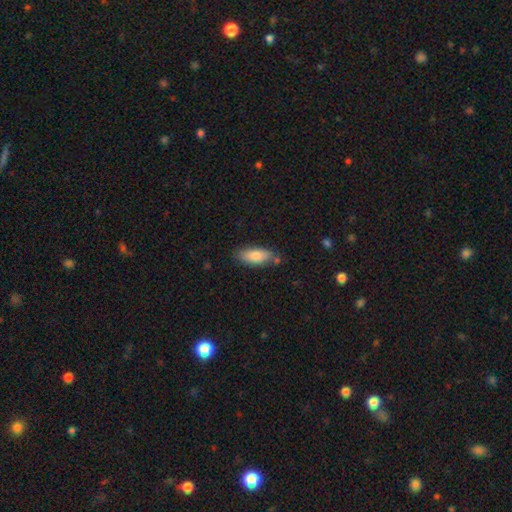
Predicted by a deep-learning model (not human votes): smooth_or_featured: smooth (p=0.84) [alt: featured or disk p=0.10]
how_rounded: in between (p=0.79) [alt: cigar-shaped p=0.19]
merging: none (p=0.72) [alt: minor disturbance p=0.19]